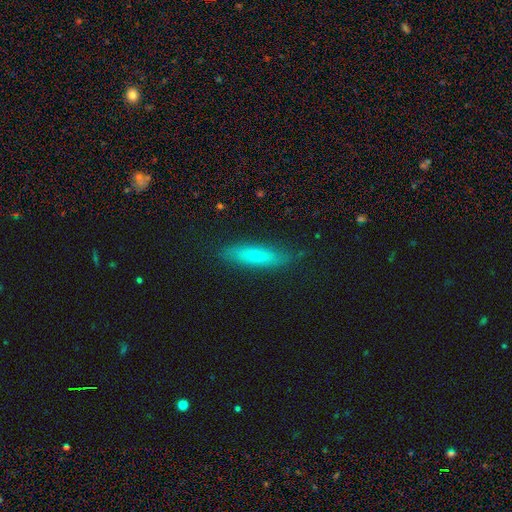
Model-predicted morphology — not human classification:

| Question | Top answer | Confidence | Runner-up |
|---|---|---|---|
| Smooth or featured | smooth | 63% | featured or disk (30%) |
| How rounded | cigar-shaped | 71% | in between (27%) |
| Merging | none | 83% | minor disturbance (13%) |